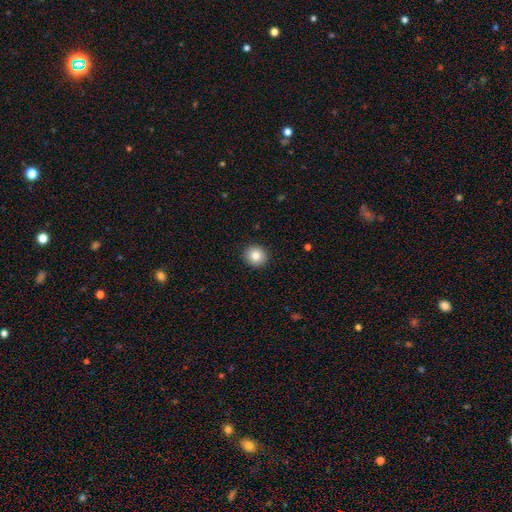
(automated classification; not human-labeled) This is clearly a smooth galaxy (83%). How rounded: clearly round (91%). Merging: clearly none (92%).